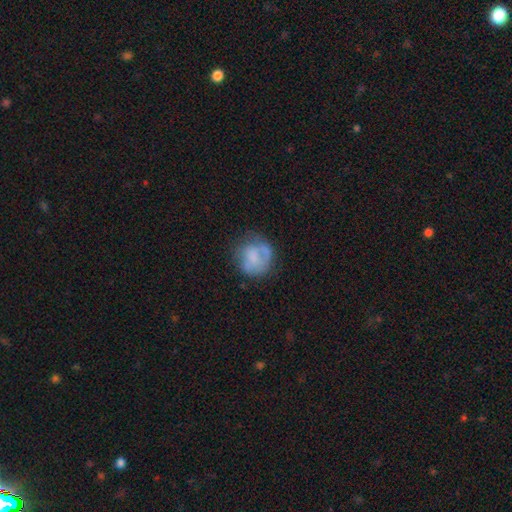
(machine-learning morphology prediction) Smooth or featured? smooth (59%)
How rounded? round (80%)
Merging? none (51%)